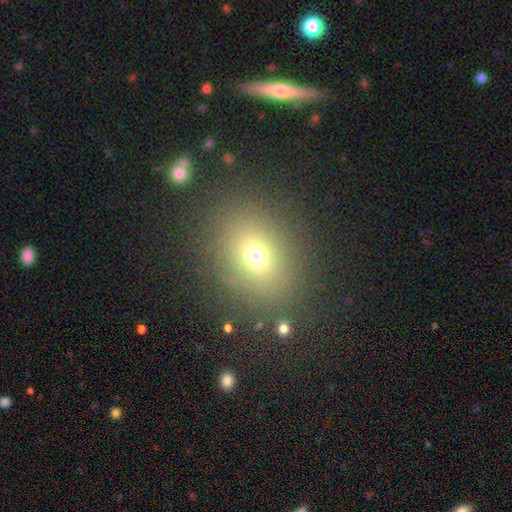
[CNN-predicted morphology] Smooth or featured?
  - smooth: 70% *
  - star or artifact: 18%
  - featured or disk: 12%
How rounded?
  - in between: 58% *
  - round: 41%
  - cigar-shaped: 2%
Merging?
  - none: 85% *
  - minor disturbance: 9%
  - major disturbance: 4%
  - merger: 2%